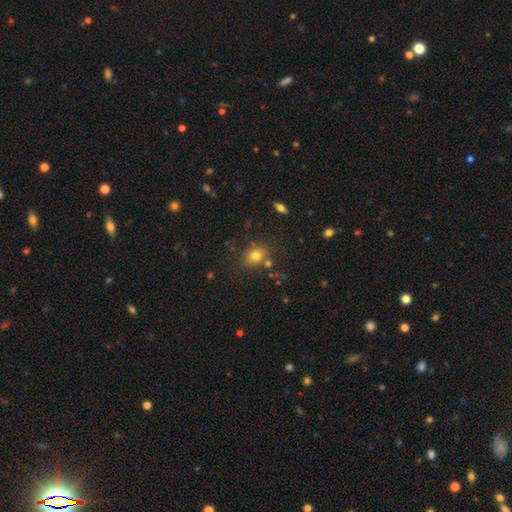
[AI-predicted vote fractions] This appears to be a smooth galaxy with no disk features (77%) that is round (54%). Merging: none (74%).